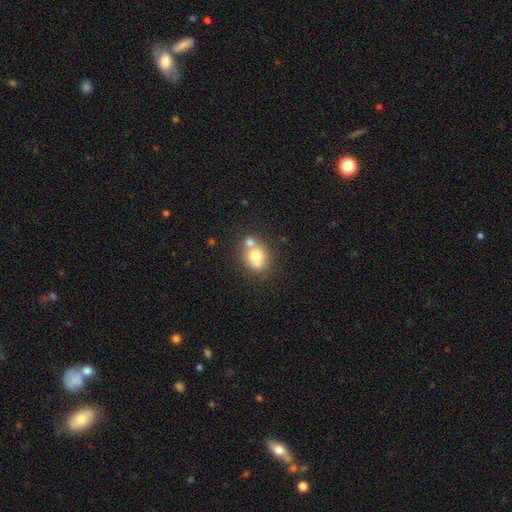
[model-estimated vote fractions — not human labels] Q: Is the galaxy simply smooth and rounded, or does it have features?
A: smooth — 67%.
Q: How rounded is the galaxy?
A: round — 69%.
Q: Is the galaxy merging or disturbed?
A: none — 45%.